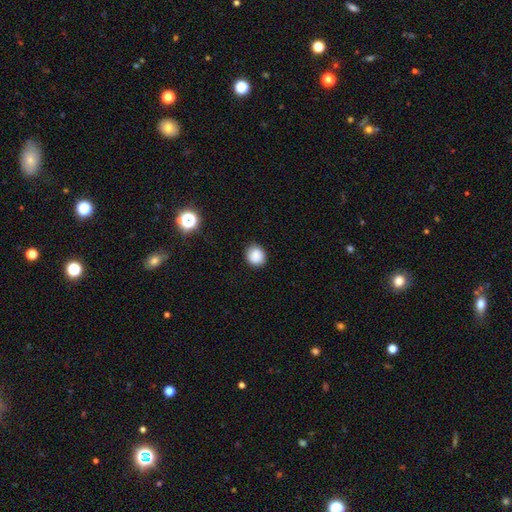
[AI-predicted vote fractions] smooth 86%, star or artifact 10%, featured or disk 4%. Down the decision tree: how rounded — round (80%); merging — none (86%).